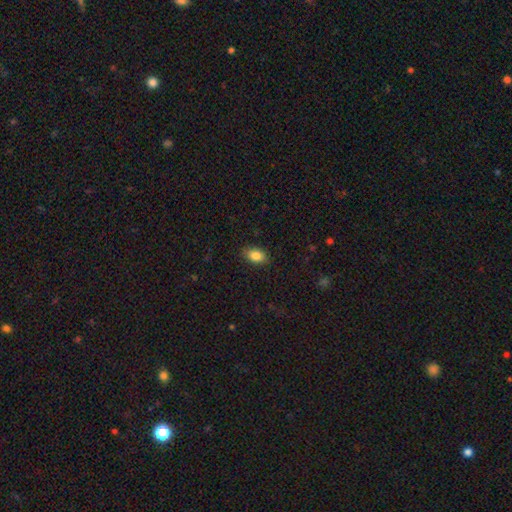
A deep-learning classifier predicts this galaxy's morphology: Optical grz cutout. It shows a smooth galaxy with no disk features (85%) that is in between round and cigar-shaped (89%). Merging: none (87%).